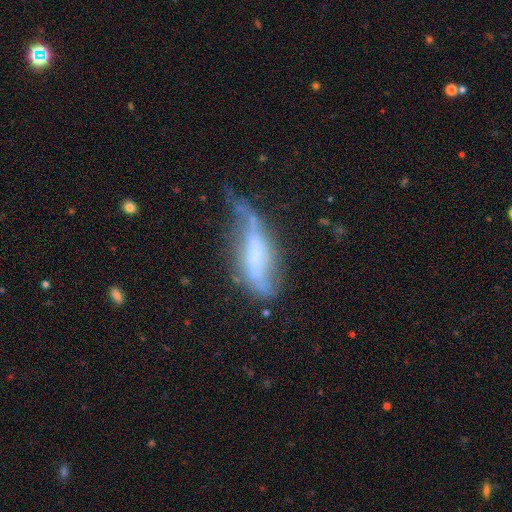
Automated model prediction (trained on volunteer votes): The model was most divided on "merging": minor disturbance: 35%, major disturbance: 31%, none: 28%, merger: 7%. More confident: edge-on disk — no (59%); smooth or featured — featured or disk (57%).